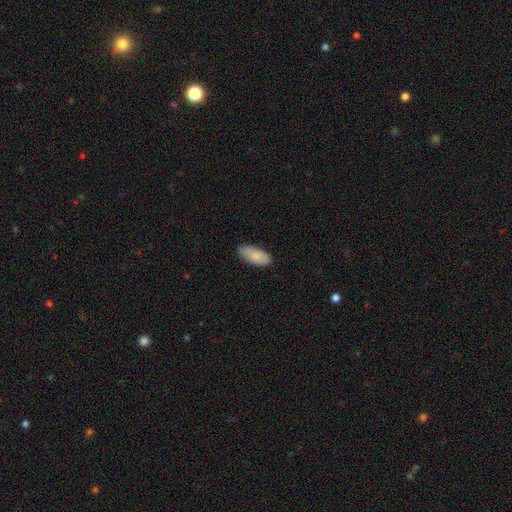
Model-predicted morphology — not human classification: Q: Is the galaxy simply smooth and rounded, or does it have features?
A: smooth — 85%.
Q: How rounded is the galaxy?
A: in between — 88%.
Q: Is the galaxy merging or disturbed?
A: none — 82%.